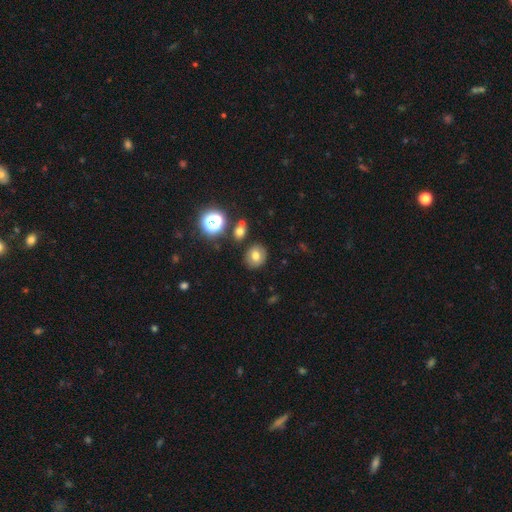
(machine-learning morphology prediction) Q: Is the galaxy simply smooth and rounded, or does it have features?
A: smooth — 72%.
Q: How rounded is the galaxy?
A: round — 72%.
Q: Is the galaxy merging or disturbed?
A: none — 85%.